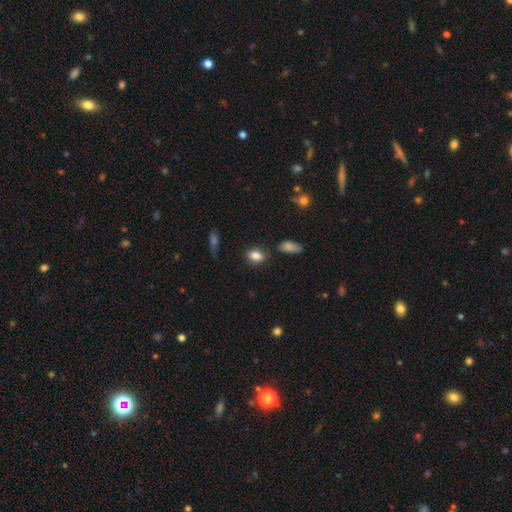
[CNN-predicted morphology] Smooth or featured?
  - smooth: 83% *
  - star or artifact: 9%
  - featured or disk: 7%
How rounded?
  - in between: 71% *
  - round: 26%
  - cigar-shaped: 2%
Merging?
  - none: 74% *
  - minor disturbance: 16%
  - merger: 6%
  - major disturbance: 4%